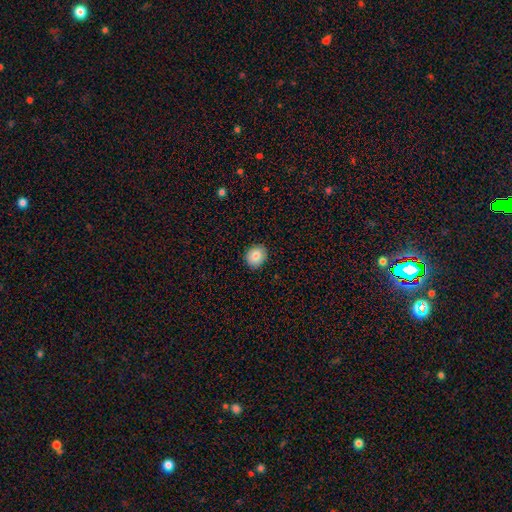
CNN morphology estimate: A smooth galaxy with no disk features (82%) that is round (71%).

Vote fractions:
- Smooth or featured? smooth: 82% / featured or disk: 9% / star or artifact: 8%
- How rounded? round: 71% / in between: 28% / cigar-shaped: 1%
- Merging? none: 90% / minor disturbance: 7% / major disturbance: 2% / merger: 1%